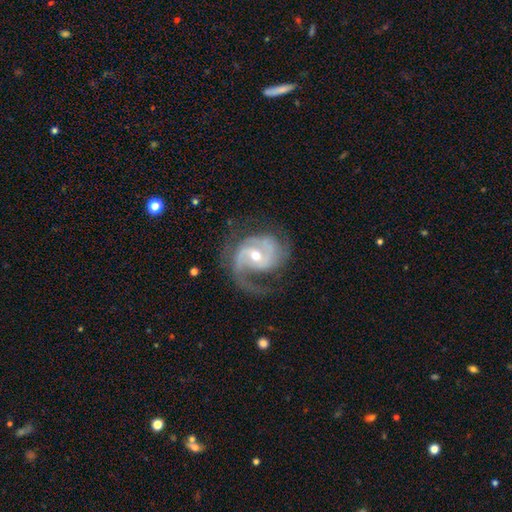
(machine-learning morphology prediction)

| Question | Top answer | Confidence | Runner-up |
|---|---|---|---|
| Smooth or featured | featured or disk | 90% | star or artifact (5%) |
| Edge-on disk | no | 98% | yes (2%) |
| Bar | no | 44% | weak (40%) |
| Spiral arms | yes | 97% | no (3%) |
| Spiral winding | medium | 48% | tight (32%) |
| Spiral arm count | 2 | 57% | 1 (17%) |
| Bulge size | moderate | 53% | small (43%) |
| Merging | none | 57% | major disturbance (21%) |